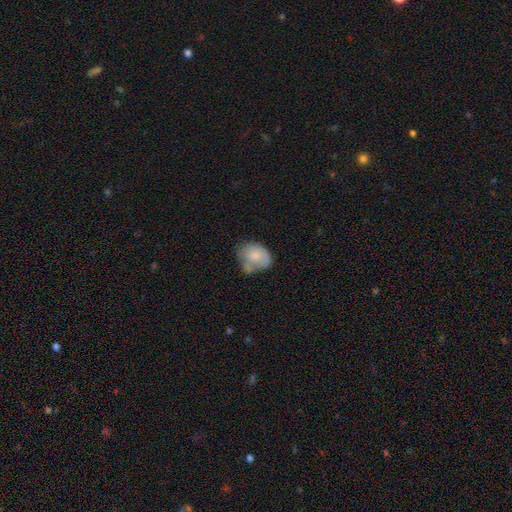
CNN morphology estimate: A smooth galaxy with no disk features (70%) that is in between round and cigar-shaped (57%).

Vote fractions:
- Smooth or featured? smooth: 70% / featured or disk: 23% / star or artifact: 7%
- How rounded? in between: 57% / round: 42% / cigar-shaped: 1%
- Merging? none: 34% / minor disturbance: 33% / merger: 17% / major disturbance: 15%